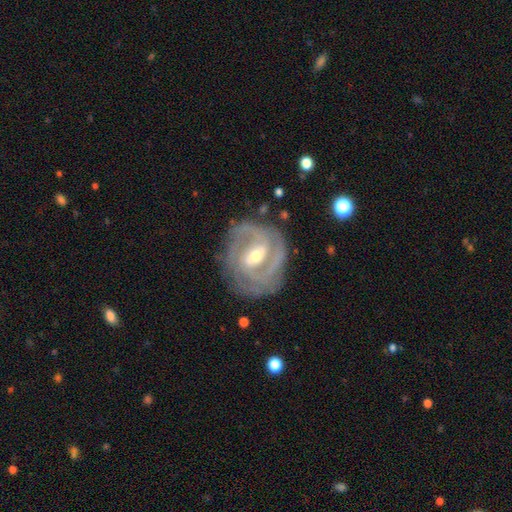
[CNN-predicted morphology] Q: Smooth or featured?
A: featured or disk (89%); runner-up: smooth (6%)
Q: Edge-on disk?
A: no (97%); runner-up: yes (3%)
Q: Bar?
A: weak (45%); runner-up: strong (40%)
Q: Spiral arms?
A: yes (96%); runner-up: no (4%)
Q: Spiral winding?
A: tight (60%); runner-up: medium (33%)
Q: Spiral arm count?
A: 2 (51%); runner-up: 3 (21%)
Q: Bulge size?
A: moderate (55%); runner-up: small (40%)
Q: Merging?
A: none (77%); runner-up: minor disturbance (16%)